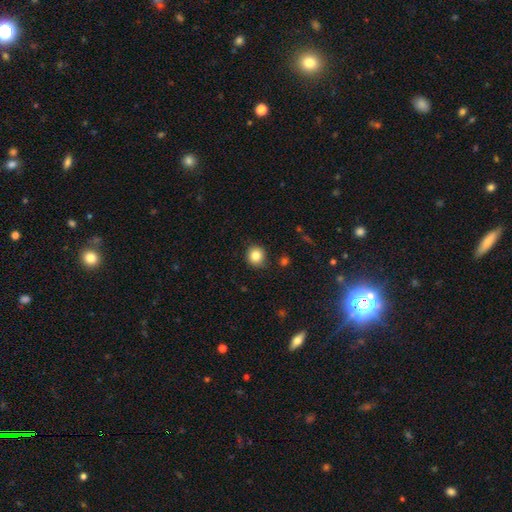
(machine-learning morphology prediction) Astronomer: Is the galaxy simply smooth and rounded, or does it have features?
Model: smooth — 84%.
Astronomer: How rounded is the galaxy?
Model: round — 88%.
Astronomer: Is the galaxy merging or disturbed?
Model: none — 88%.